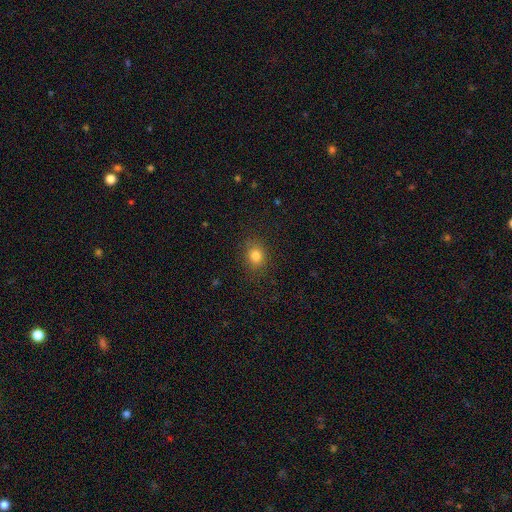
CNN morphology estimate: Smooth or featured? Predicted: smooth (p=0.81). How rounded? Predicted: round (p=0.62). Merging? Predicted: none (p=0.85).